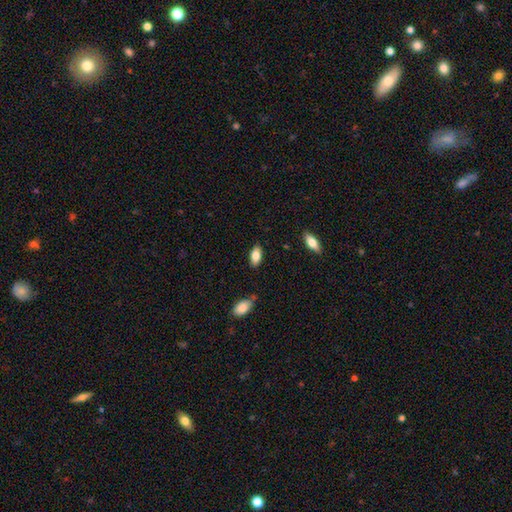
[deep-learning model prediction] Morphology: type=smooth (81%); roundness=in between (89%); merging=none (84%).